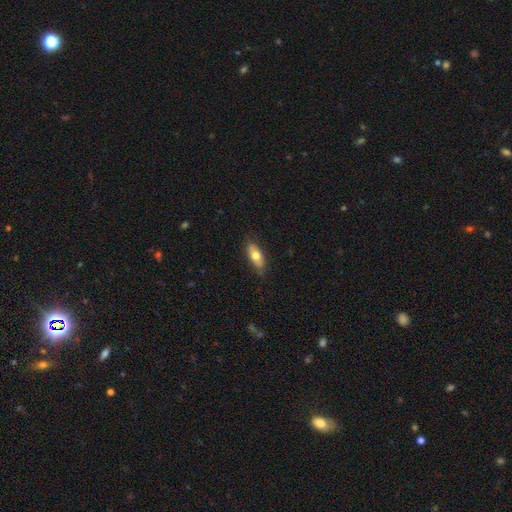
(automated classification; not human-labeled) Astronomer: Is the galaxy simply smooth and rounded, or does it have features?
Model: smooth — 68%.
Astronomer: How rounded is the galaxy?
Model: in between — 80%.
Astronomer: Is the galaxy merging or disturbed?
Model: none — 80%.